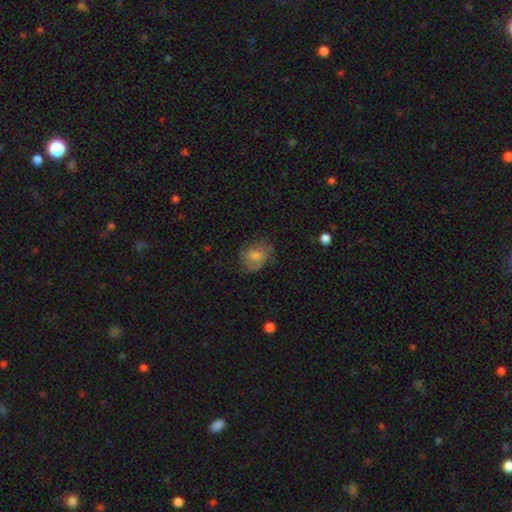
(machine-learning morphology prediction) Smooth or featured: smooth — 60% (featured or disk — 29%)
How rounded: round — 50% (in between — 49%)
Merging: none — 66% (minor disturbance — 24%)